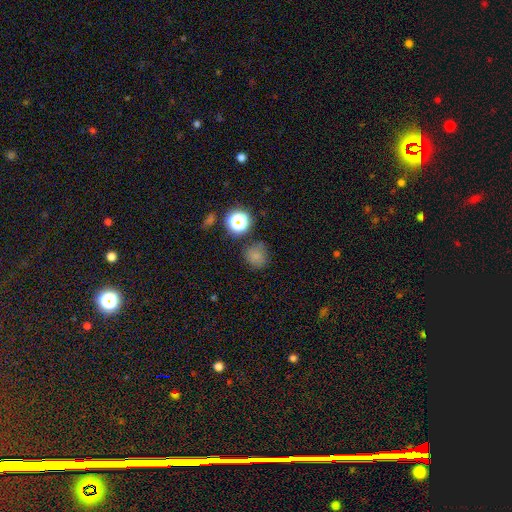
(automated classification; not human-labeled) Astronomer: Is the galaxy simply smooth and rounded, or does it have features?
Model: smooth — 72%.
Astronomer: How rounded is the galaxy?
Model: round — 86%.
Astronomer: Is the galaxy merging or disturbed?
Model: none — 72%.